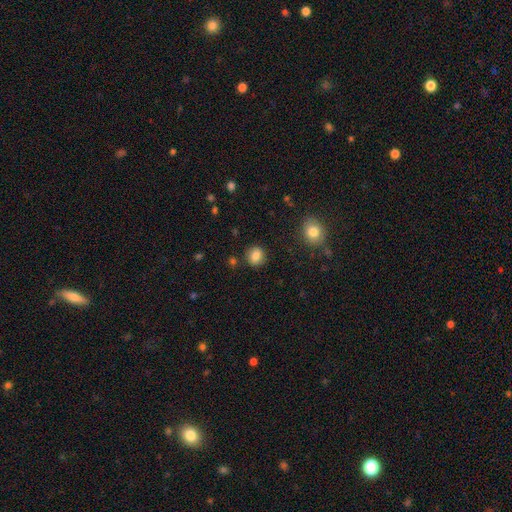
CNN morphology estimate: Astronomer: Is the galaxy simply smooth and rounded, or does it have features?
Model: smooth — 84%.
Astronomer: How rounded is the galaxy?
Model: round — 75%.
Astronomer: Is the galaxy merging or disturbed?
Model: none — 88%.